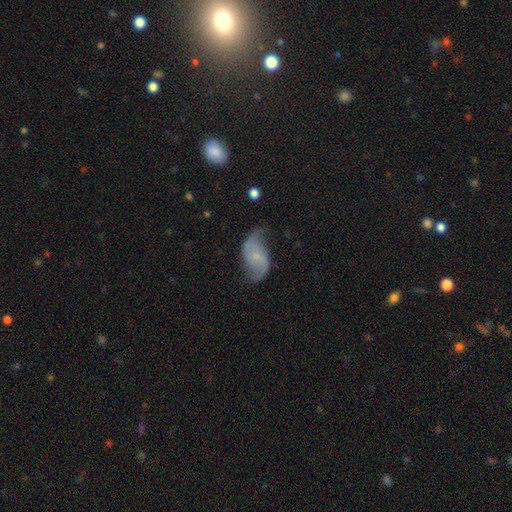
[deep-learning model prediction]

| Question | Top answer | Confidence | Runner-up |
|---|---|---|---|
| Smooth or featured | featured or disk | 70% | smooth (23%) |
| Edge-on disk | no | 96% | yes (4%) |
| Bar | no | 62% | weak (30%) |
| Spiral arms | yes | 91% | no (9%) |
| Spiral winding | loose | 60% | medium (29%) |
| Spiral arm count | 2 | 89% | can't tell (6%) |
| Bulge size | small | 66% | none (18%) |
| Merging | none | 57% | minor disturbance (27%) |